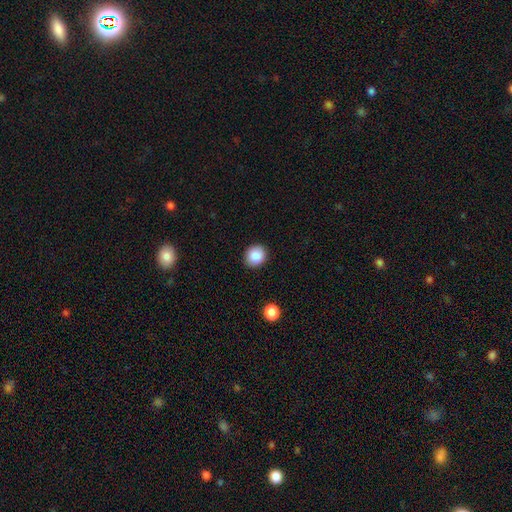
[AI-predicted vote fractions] Morphology: type=smooth (88%); roundness=round (80%); merging=none (90%).